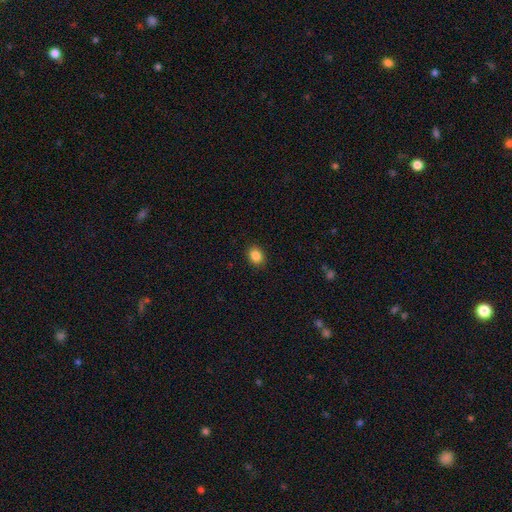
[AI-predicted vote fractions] Q: Smooth or featured?
A: smooth (87%); runner-up: star or artifact (9%)
Q: How rounded?
A: in between (52%); runner-up: round (47%)
Q: Merging?
A: none (90%); runner-up: minor disturbance (7%)